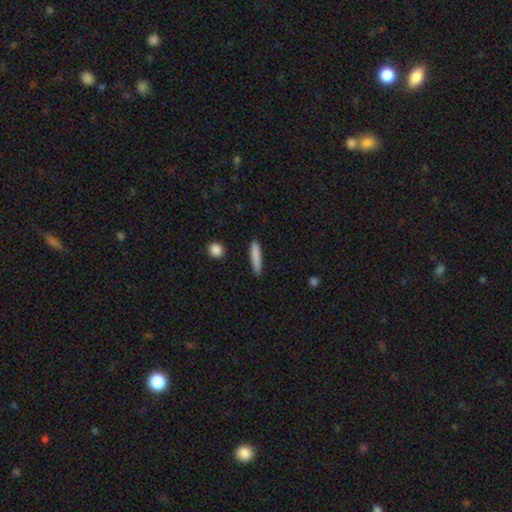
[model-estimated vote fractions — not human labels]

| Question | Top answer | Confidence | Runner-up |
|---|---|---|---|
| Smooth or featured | smooth | 83% | featured or disk (10%) |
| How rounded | cigar-shaped | 88% | in between (10%) |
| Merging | none | 87% | minor disturbance (9%) |